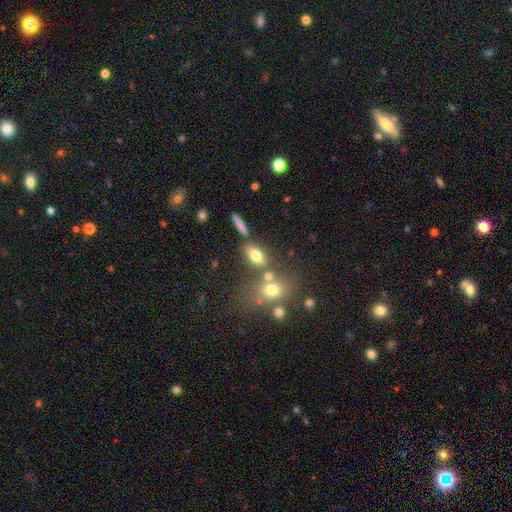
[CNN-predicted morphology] A smooth galaxy with no disk features (72%) that is in between round and cigar-shaped (75%).

Vote fractions:
- Smooth or featured? smooth: 72% / featured or disk: 15% / star or artifact: 13%
- How rounded? in between: 75% / round: 14% / cigar-shaped: 11%
- Merging? none: 62% / merger: 20% / minor disturbance: 12% / major disturbance: 6%